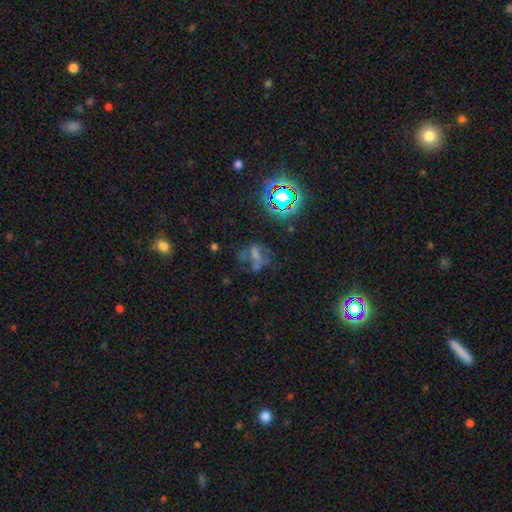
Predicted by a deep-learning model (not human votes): This is marginally a star or artifact rather than a galaxy (37%).